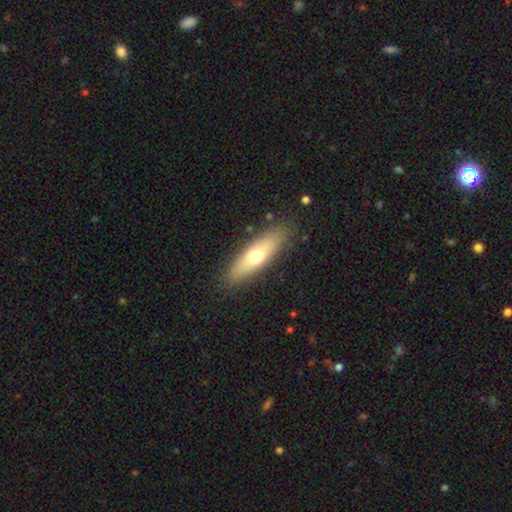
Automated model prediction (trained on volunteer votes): Morphology: type=smooth (59%); roundness=cigar-shaped (56%); merging=none (87%).